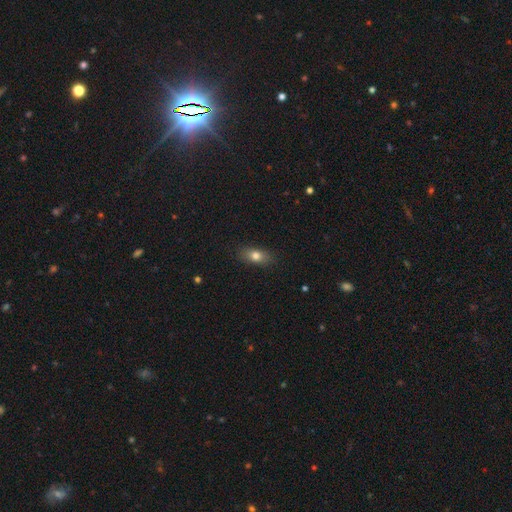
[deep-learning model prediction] Morphology: type=smooth (76%); roundness=in between (77%); merging=none (86%).